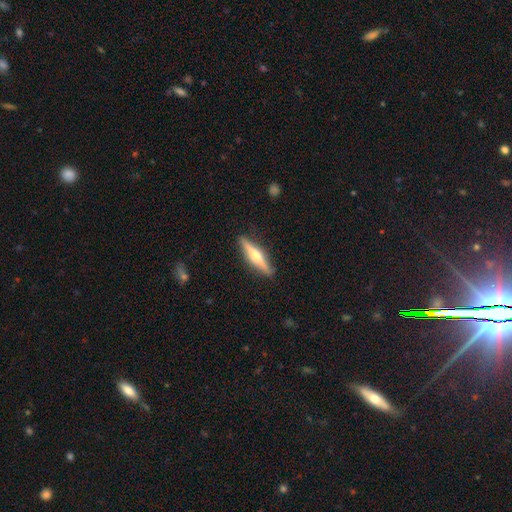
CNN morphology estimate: smooth_or_featured: featured or disk (p=0.62) [alt: smooth p=0.32]
disk_edge_on: yes (p=0.96) [alt: no p=0.04]
edge_on_bulge: rounded (p=0.89) [alt: boxy p=0.06]
merging: none (p=0.88) [alt: minor disturbance p=0.09]